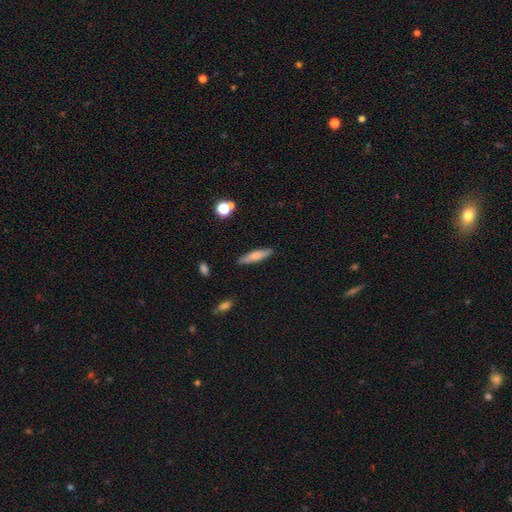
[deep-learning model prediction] Q: Smooth or featured?
A: smooth (70%); runner-up: featured or disk (23%)
Q: How rounded?
A: cigar-shaped (75%); runner-up: in between (23%)
Q: Merging?
A: none (87%); runner-up: minor disturbance (10%)